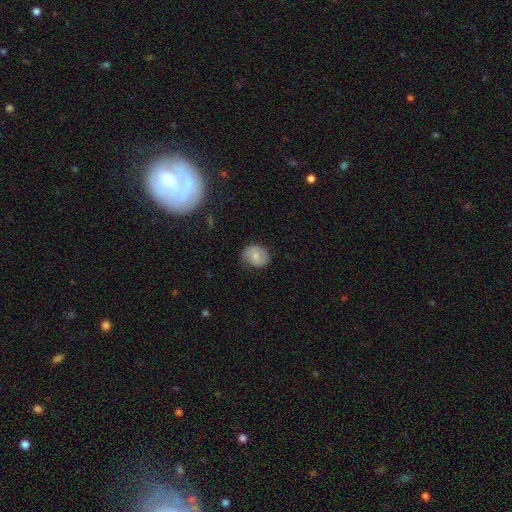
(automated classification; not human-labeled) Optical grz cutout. It shows a smooth galaxy with no disk features (66%) that is round (60%). Merging: none (67%).